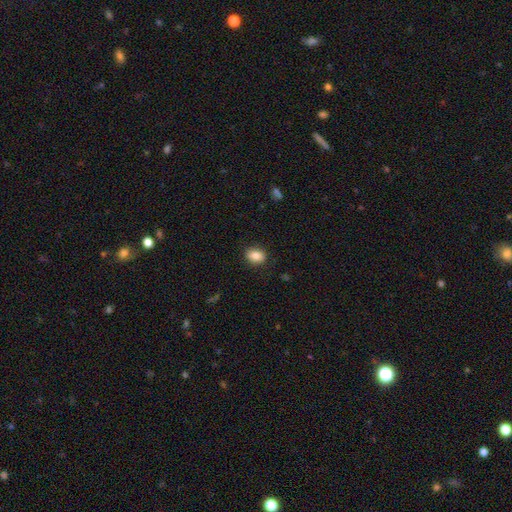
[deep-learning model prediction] smooth 85%, star or artifact 8%, featured or disk 7%. Down the decision tree: how rounded — in between (66%); merging — none (87%).